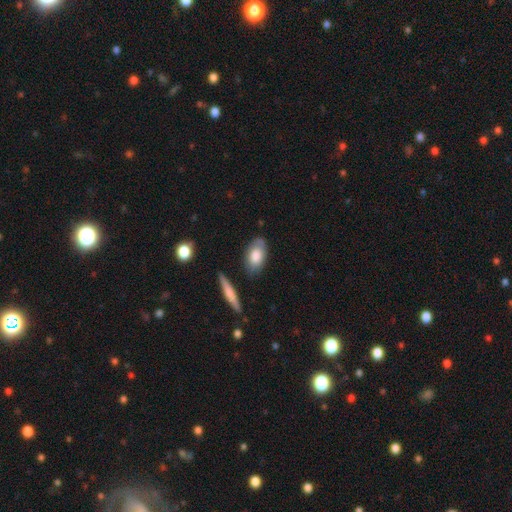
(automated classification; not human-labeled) A smooth galaxy with no disk features (75%) that is in between round and cigar-shaped (91%).

Vote fractions:
- Smooth or featured? smooth: 75% / featured or disk: 19% / star or artifact: 6%
- How rounded? in between: 91% / round: 5% / cigar-shaped: 4%
- Merging? none: 73% / minor disturbance: 20% / major disturbance: 4% / merger: 3%